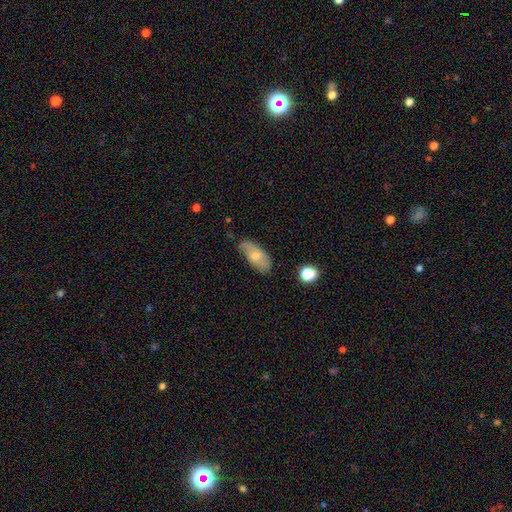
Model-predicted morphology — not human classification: smooth_or_featured: smooth (p=0.66) [alt: featured or disk p=0.27]
how_rounded: in between (p=0.90) [alt: cigar-shaped p=0.07]
merging: none (p=0.65) [alt: minor disturbance p=0.27]